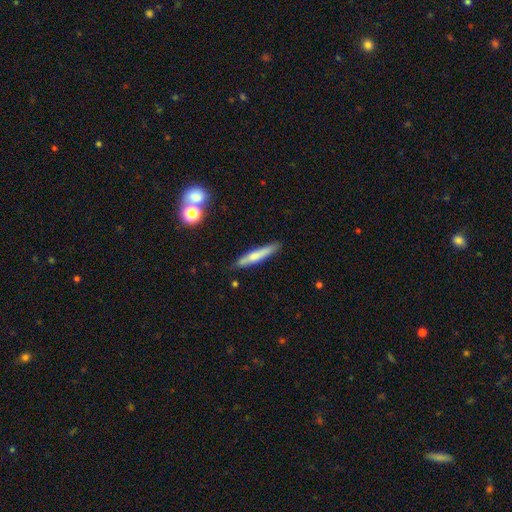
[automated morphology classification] Smooth or featured? Predicted: smooth (p=0.62). How rounded? Predicted: cigar-shaped (p=0.91). Merging? Predicted: none (p=0.82).